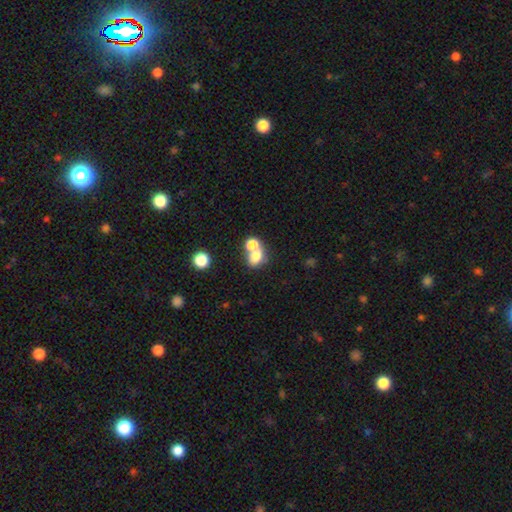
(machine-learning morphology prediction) This appears to be a smooth galaxy with no disk features (73%) that is in between round and cigar-shaped (53%). Merging: merger (62%).